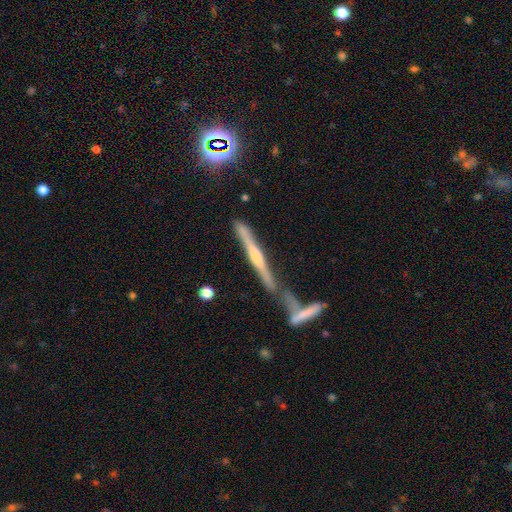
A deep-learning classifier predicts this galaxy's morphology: type=featured or disk (72%); edge-on=yes (94%); edge-on bulge=rounded (55%); merging=none (49%).